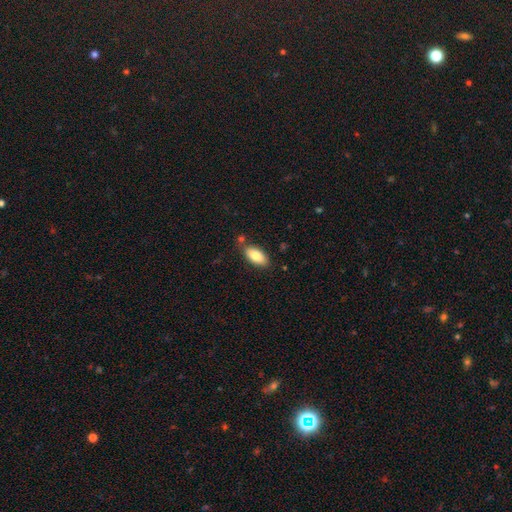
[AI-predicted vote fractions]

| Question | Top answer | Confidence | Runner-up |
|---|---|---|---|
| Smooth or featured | smooth | 81% | featured or disk (13%) |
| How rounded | in between | 90% | cigar-shaped (8%) |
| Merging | none | 78% | minor disturbance (13%) |